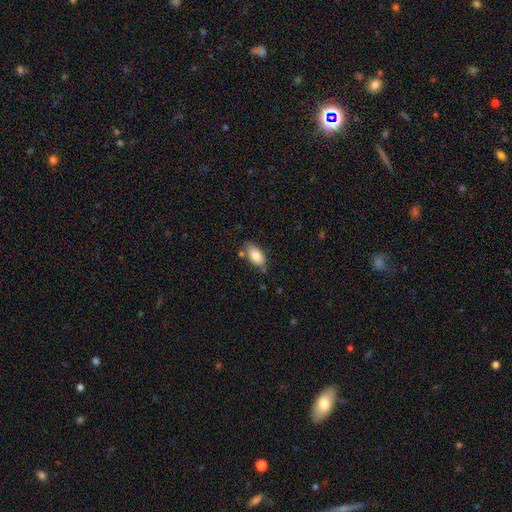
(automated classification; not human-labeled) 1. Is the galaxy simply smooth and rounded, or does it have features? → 83% smooth, 10% featured or disk, 7% star or artifact.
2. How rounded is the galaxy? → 92% in between, 5% cigar-shaped, 3% round.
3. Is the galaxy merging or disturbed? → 73% none, 17% minor disturbance, 6% merger, 4% major disturbance.